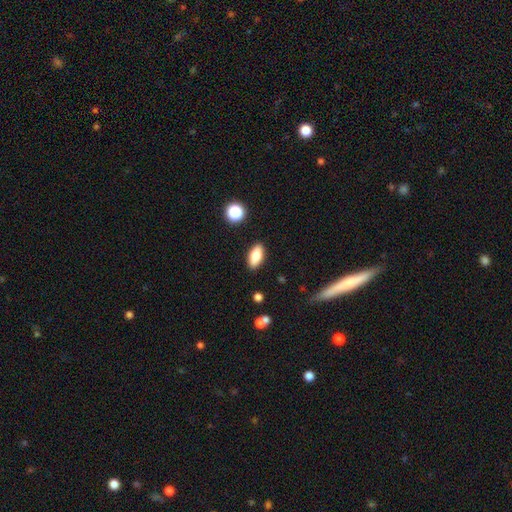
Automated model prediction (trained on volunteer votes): The model was most divided on "smooth or featured": smooth: 79%, featured or disk: 13%, star or artifact: 8%. More confident: merging — none (88%); how rounded — in between (86%).